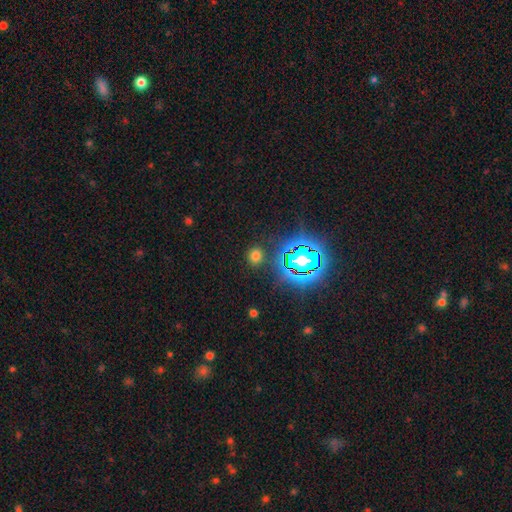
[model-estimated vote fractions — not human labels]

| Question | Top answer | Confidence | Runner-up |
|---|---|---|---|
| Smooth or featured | smooth | 61% | star or artifact (32%) |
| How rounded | round | 71% | in between (27%) |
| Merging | none | 86% | minor disturbance (8%) |